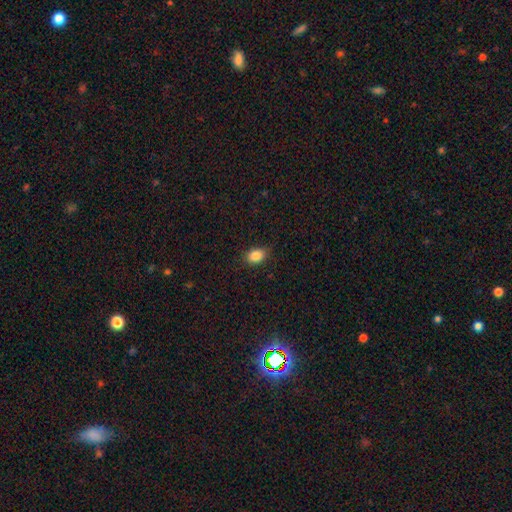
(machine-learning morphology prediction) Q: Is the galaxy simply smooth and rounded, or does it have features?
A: smooth — 86%.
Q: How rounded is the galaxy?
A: in between — 76%.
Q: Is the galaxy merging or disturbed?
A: none — 82%.